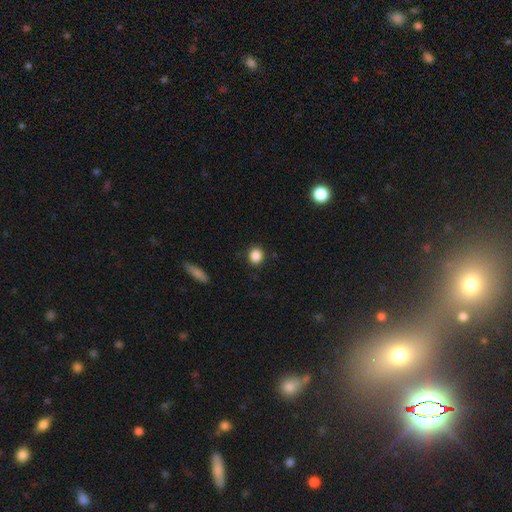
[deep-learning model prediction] This appears to be a smooth galaxy with no disk features (87%) that is round (82%). Merging: none (88%).